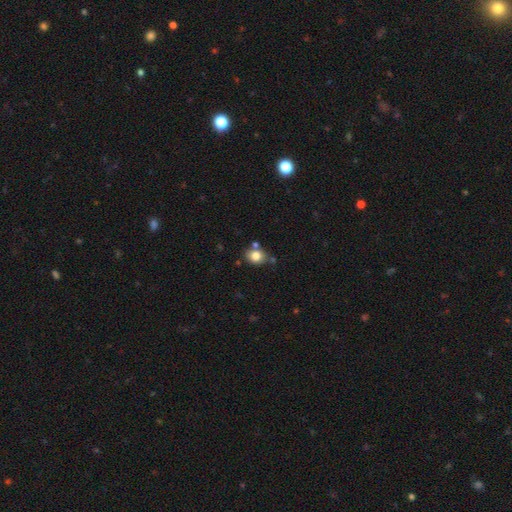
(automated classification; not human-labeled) Smooth or featured?
  - smooth: 79% *
  - featured or disk: 10%
  - star or artifact: 10%
How rounded?
  - round: 59% *
  - in between: 40%
  - cigar-shaped: 1%
Merging?
  - none: 66% *
  - minor disturbance: 16%
  - merger: 14%
  - major disturbance: 4%